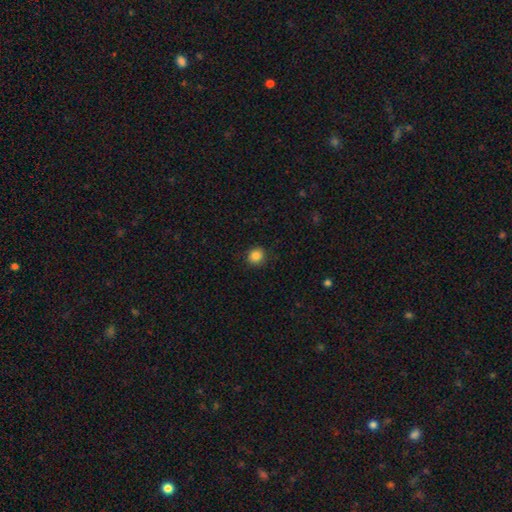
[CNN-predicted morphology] This appears to be a smooth galaxy with no disk features (85%) that is round (85%). Merging: none (89%).